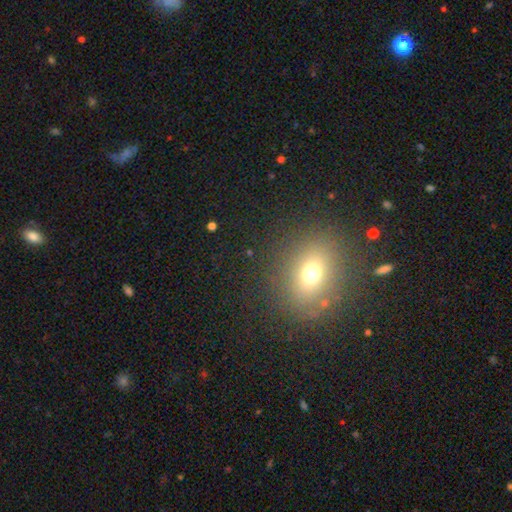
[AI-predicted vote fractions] smooth_or_featured: smooth (p=0.58) [alt: star or artifact p=0.25]
how_rounded: in between (p=0.49) [alt: round p=0.48]
merging: none (p=0.88) [alt: minor disturbance p=0.07]